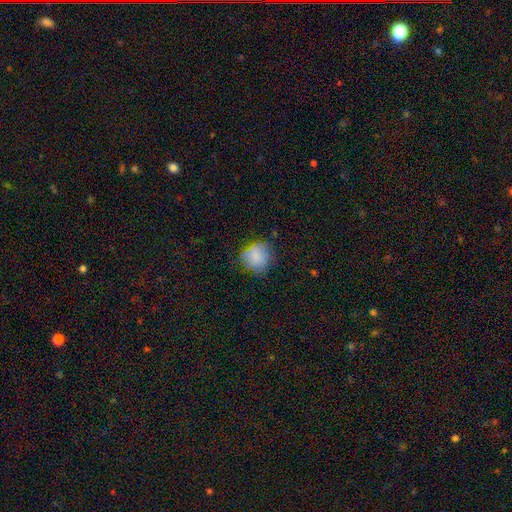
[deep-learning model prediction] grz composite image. It shows a smooth galaxy with no disk features (79%) that is round (83%). Merging: none (64%).